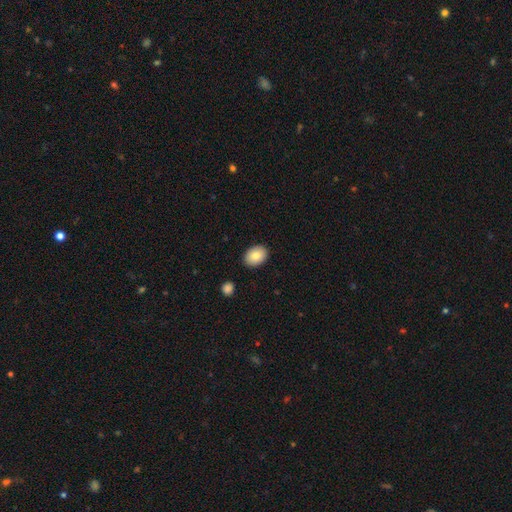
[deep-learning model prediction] Smooth or featured? Predicted: smooth (p=0.84). How rounded? Predicted: in between (p=0.78). Merging? Predicted: none (p=0.88).